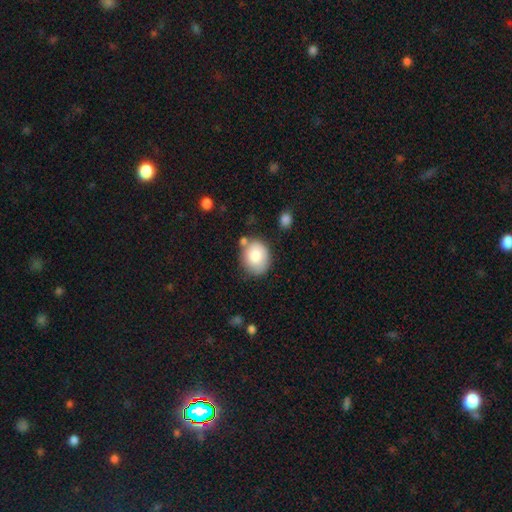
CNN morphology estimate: Smooth or featured? smooth (83%)
How rounded? round (53%)
Merging? none (69%)